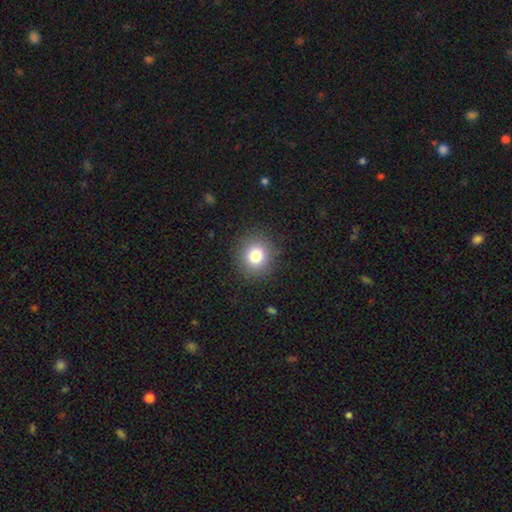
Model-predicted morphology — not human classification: The model was most divided on "smooth or featured": smooth: 80%, star or artifact: 12%, featured or disk: 8%. More confident: merging — none (90%); how rounded — round (89%).